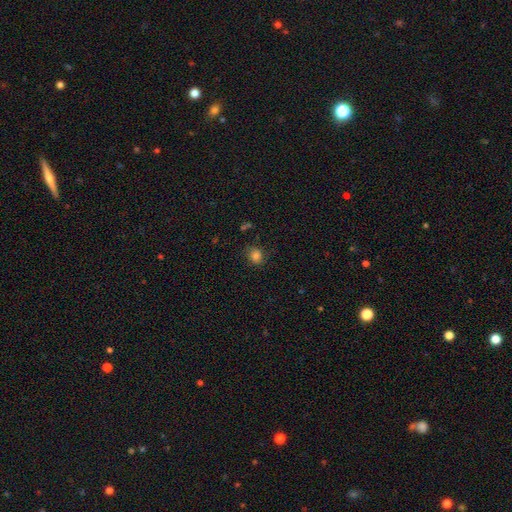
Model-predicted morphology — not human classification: This is likely a smooth galaxy (77%). How rounded: likely round (70%). Merging: likely none (74%).